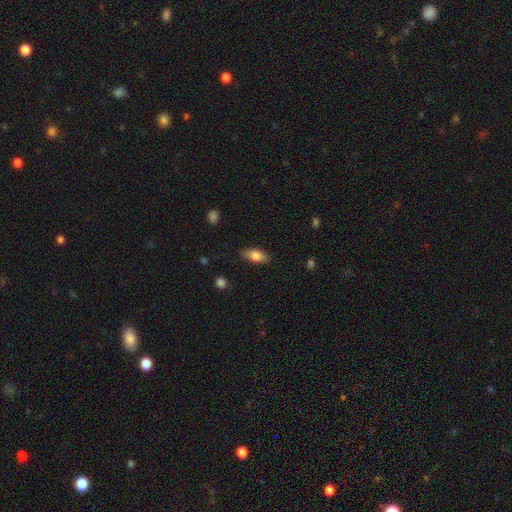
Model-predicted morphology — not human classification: Smooth or featured? Predicted: smooth (p=0.77). How rounded? Predicted: in between (p=0.82). Merging? Predicted: none (p=0.83).